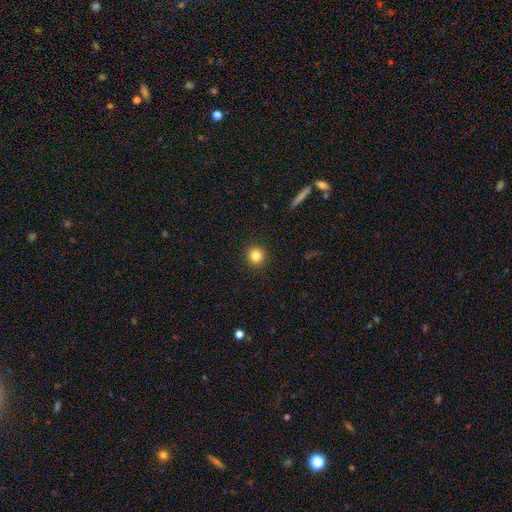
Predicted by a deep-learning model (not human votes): A smooth galaxy with no disk features (84%) that is round (91%).

Vote fractions:
- Smooth or featured? smooth: 84% / star or artifact: 11% / featured or disk: 5%
- How rounded? round: 91% / in between: 8% / cigar-shaped: 1%
- Merging? none: 92% / minor disturbance: 5% / major disturbance: 2% / merger: 1%